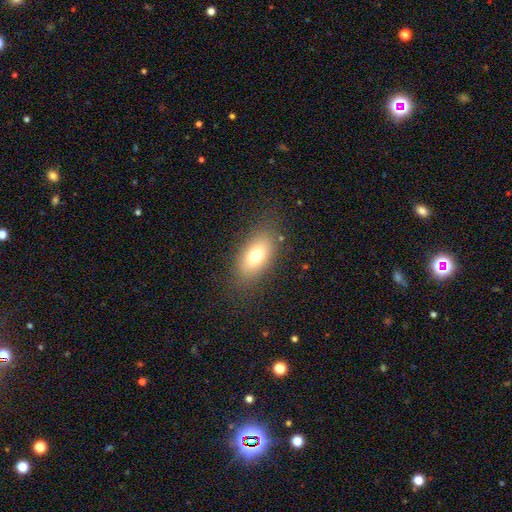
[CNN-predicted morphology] Smooth or featured? Predicted: smooth (p=0.73). How rounded? Predicted: in between (p=0.88). Merging? Predicted: none (p=0.82).